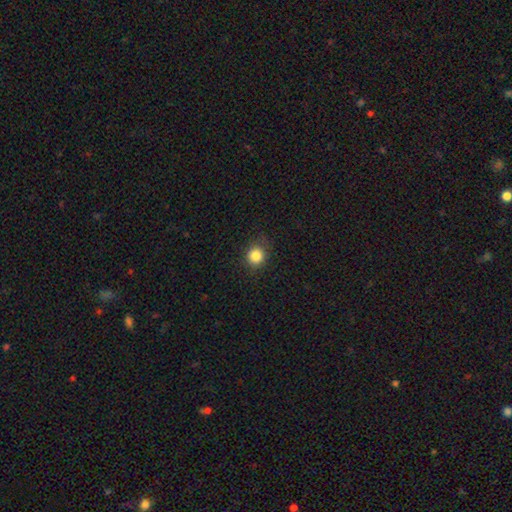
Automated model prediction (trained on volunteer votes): A smooth galaxy with no disk features (85%) that is round (87%). Merging: none (83%).